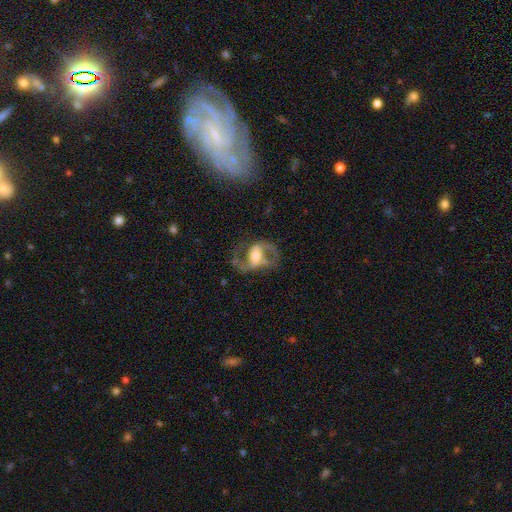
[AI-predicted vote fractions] smooth_or_featured: featured or disk (p=0.83) [alt: smooth p=0.11]
disk_edge_on: no (p=0.96) [alt: yes p=0.04]
bar: strong (p=0.41) [alt: weak p=0.37]
has_spiral_arms: yes (p=0.89) [alt: no p=0.11]
spiral_winding: medium (p=0.52) [alt: loose p=0.36]
spiral_arm_count: 2 (p=0.88) [alt: can't tell p=0.04]
bulge_size: moderate (p=0.50) [alt: small p=0.26]
merging: none (p=0.63) [alt: major disturbance p=0.19]